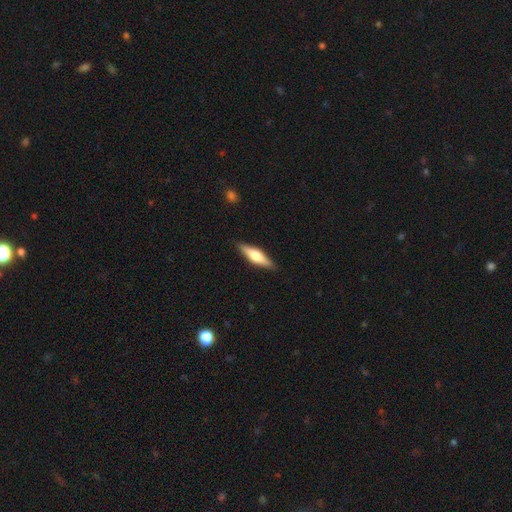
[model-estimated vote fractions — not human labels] smooth-or-featured: featured or disk: 50% | smooth: 44% | star or artifact: 6%
  merging: none: 89% | minor disturbance: 8% | major disturbance: 2% | merger: 1%